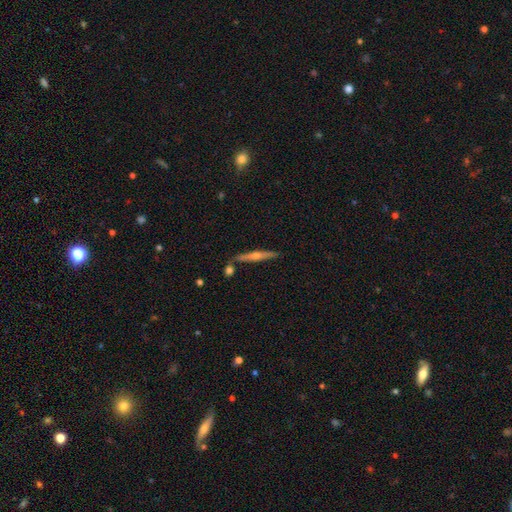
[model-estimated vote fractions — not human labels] Smooth or featured: featured or disk — 72% (smooth — 20%)
Edge-on disk: yes — 97% (no — 3%)
Edge-on bulge: rounded — 81% (none — 11%)
Merging: none — 84% (minor disturbance — 10%)